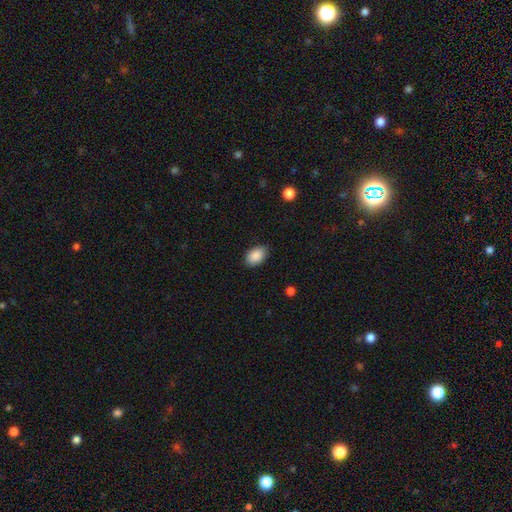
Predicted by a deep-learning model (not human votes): smooth_or_featured: smooth (p=0.89) [alt: star or artifact p=0.07]
how_rounded: in between (p=0.87) [alt: round p=0.11]
merging: none (p=0.80) [alt: minor disturbance p=0.16]